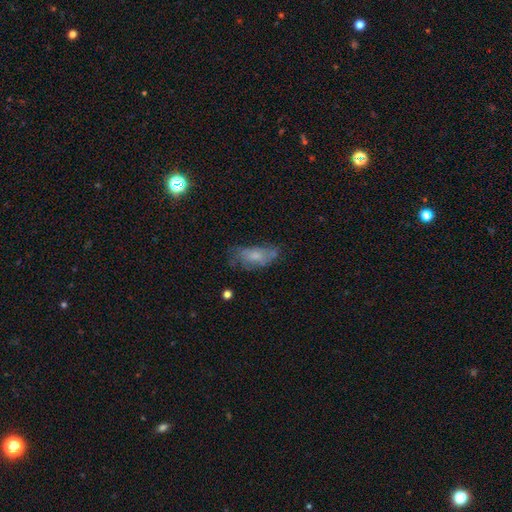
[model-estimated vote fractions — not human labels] The model was most divided on "merging": none: 49%, minor disturbance: 29%, major disturbance: 18%, merger: 3%. More confident: how rounded — in between (82%); smooth or featured — smooth (55%).